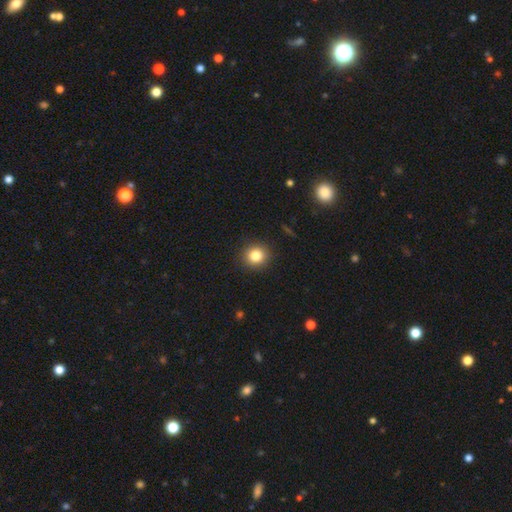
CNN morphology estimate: smooth 82%, star or artifact 11%, featured or disk 7%. Down the decision tree: how rounded — round (90%); merging — none (91%).